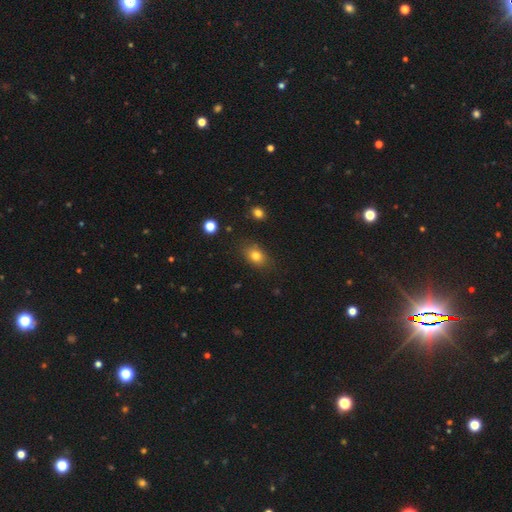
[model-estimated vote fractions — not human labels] Smooth or featured?
  - smooth: 80% *
  - star or artifact: 11%
  - featured or disk: 8%
How rounded?
  - in between: 70% *
  - round: 29%
  - cigar-shaped: 1%
Merging?
  - none: 81% *
  - minor disturbance: 14%
  - major disturbance: 3%
  - merger: 2%